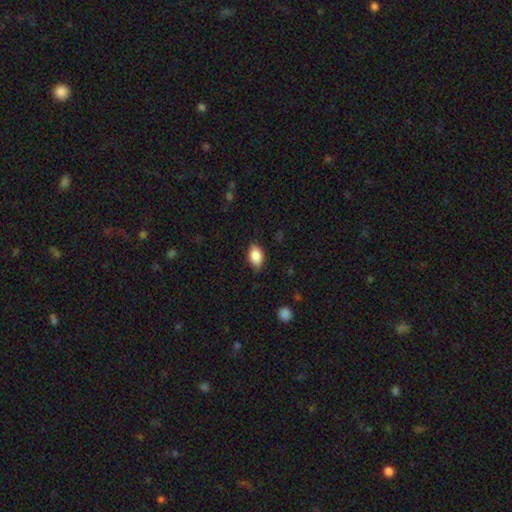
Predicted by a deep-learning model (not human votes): Q: Smooth or featured?
A: smooth (87%); runner-up: star or artifact (7%)
Q: How rounded?
A: in between (88%); runner-up: round (10%)
Q: Merging?
A: none (82%); runner-up: minor disturbance (14%)